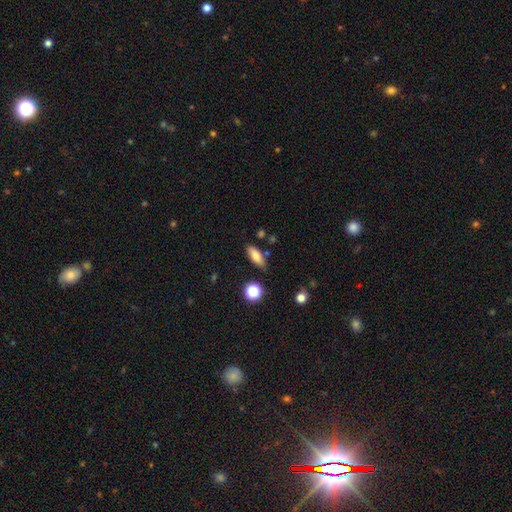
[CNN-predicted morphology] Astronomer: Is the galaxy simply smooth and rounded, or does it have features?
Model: smooth — 76%.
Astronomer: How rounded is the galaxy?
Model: in between — 71%.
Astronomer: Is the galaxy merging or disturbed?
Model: none — 78%.